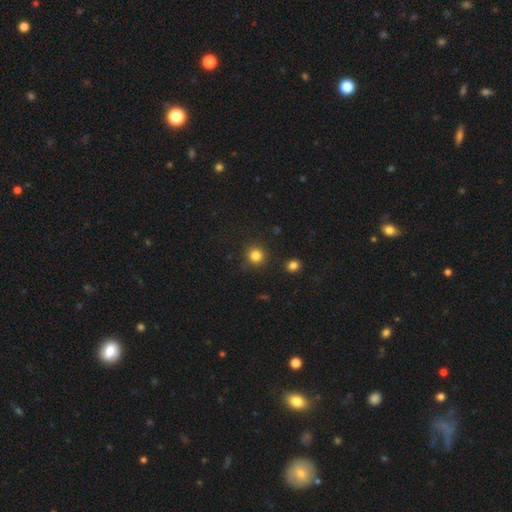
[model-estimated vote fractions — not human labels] Smooth or featured? smooth (83%)
How rounded? round (94%)
Merging? none (88%)